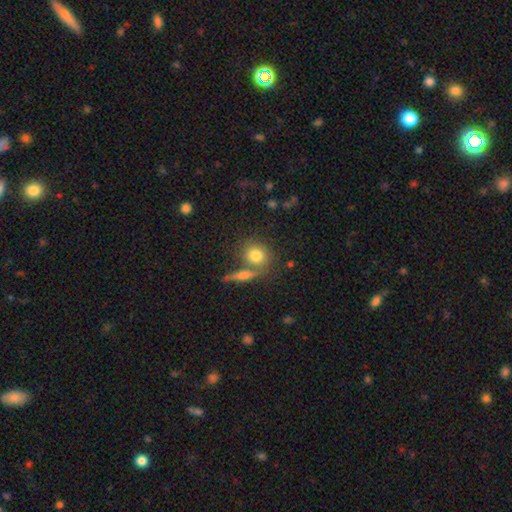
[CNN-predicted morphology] type=smooth (77%); roundness=round (74%); merging=none (60%).